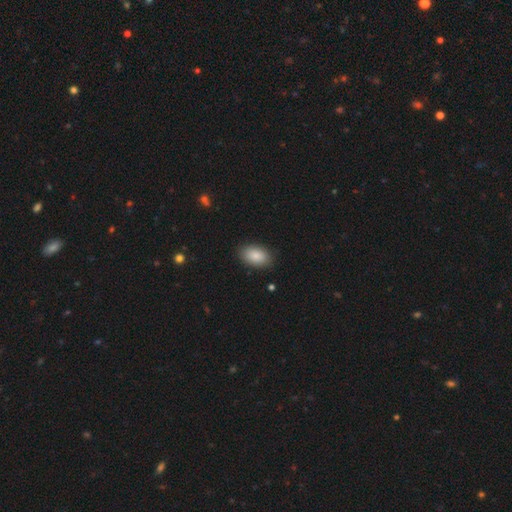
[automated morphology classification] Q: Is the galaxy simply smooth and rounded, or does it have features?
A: smooth — 87%.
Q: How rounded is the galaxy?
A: in between — 92%.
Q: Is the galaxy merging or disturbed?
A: none — 87%.